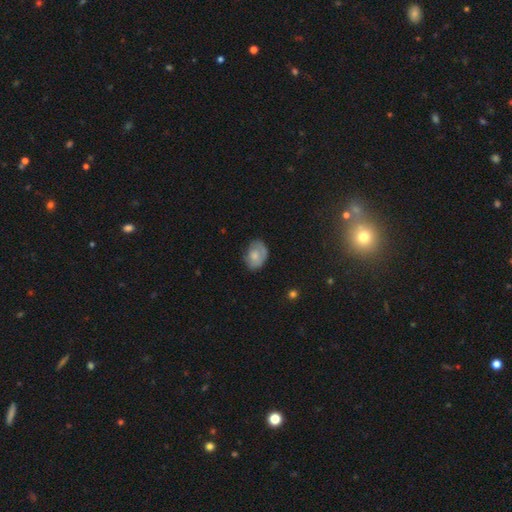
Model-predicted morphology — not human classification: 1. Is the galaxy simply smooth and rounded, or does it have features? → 67% smooth, 25% featured or disk, 8% star or artifact.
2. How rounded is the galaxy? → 73% in between, 26% round, 1% cigar-shaped.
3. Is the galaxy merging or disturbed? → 61% none, 29% minor disturbance, 8% major disturbance, 2% merger.